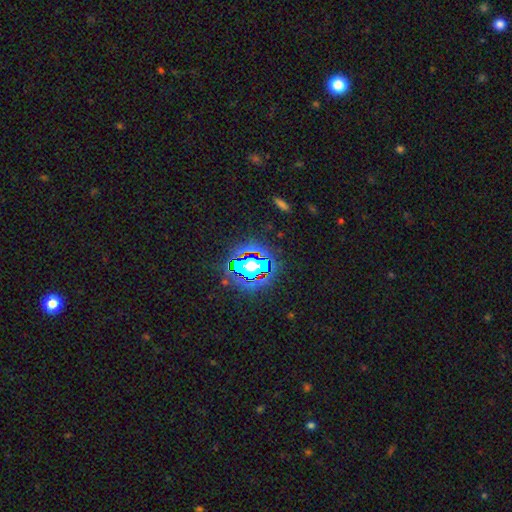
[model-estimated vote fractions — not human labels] Smooth or featured? star or artifact (78%)